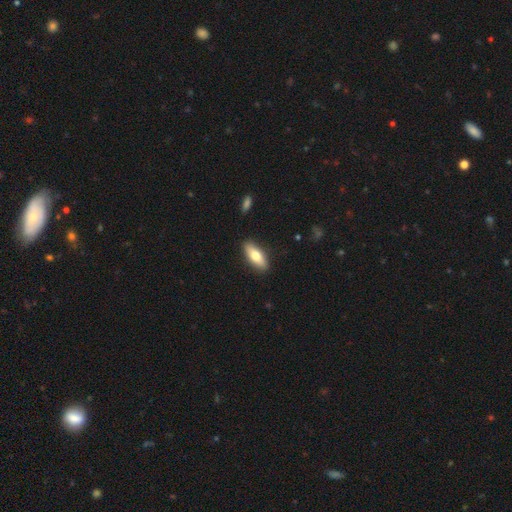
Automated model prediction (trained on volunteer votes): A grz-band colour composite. It shows a smooth galaxy with no disk features (71%) that is in between round and cigar-shaped (70%). Merging: none (88%).